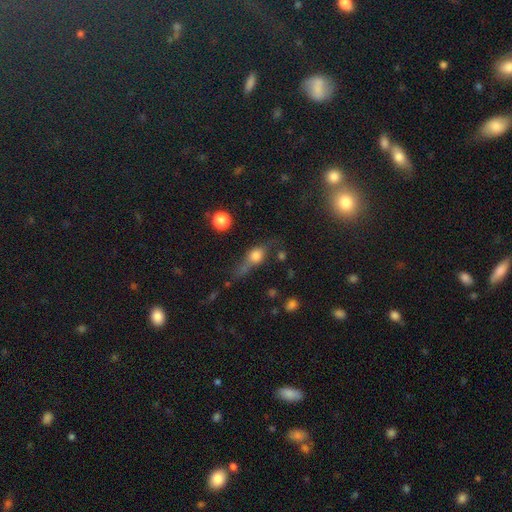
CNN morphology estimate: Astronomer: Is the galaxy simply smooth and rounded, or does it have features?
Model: smooth — 49% (runner-up: featured or disk, 38%).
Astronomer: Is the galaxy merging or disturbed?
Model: none — 45% (runner-up: minor disturbance, 25%).